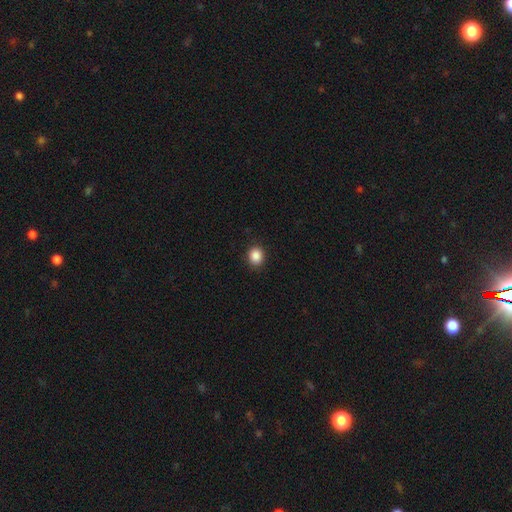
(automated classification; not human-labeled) The model was most divided on "how rounded": round: 68%, in between: 31%, cigar-shaped: 1%. More confident: merging — none (89%); smooth or featured — smooth (88%).